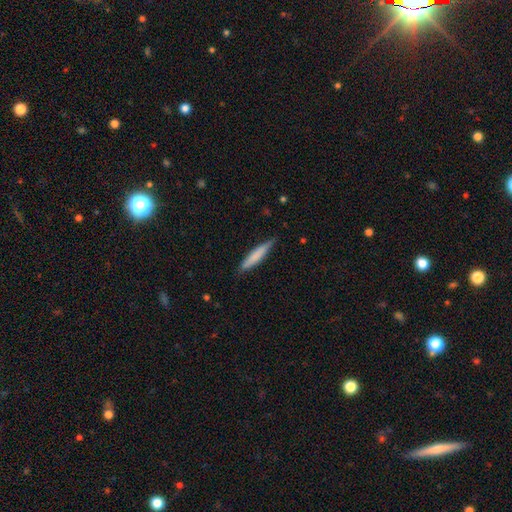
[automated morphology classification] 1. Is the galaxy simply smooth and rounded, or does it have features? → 73% smooth, 21% featured or disk, 5% star or artifact.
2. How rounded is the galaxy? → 91% cigar-shaped, 7% in between, 1% round.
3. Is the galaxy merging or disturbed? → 85% none, 12% minor disturbance, 2% major disturbance, 1% merger.